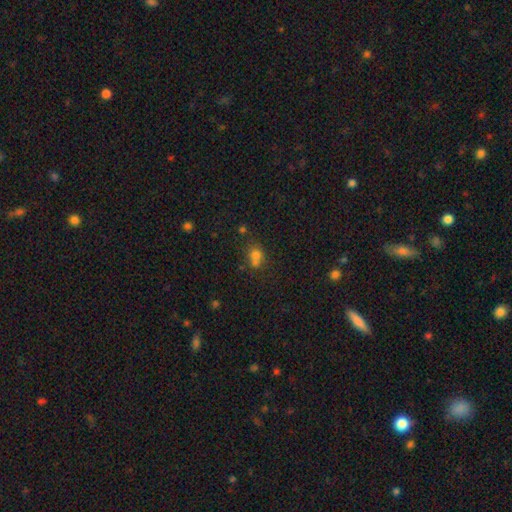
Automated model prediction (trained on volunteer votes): smooth_or_featured: smooth (p=0.71) [alt: star or artifact p=0.17]
how_rounded: round (p=0.70) [alt: in between p=0.29]
merging: none (p=0.44) [alt: merger p=0.39]